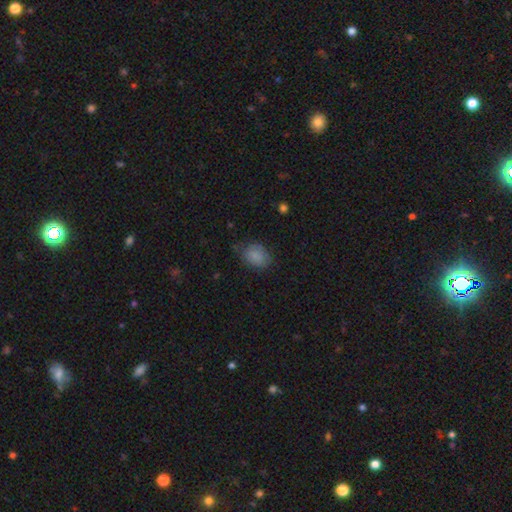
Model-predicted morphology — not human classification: type=smooth (85%); roundness=in between (67%); merging=none (67%).